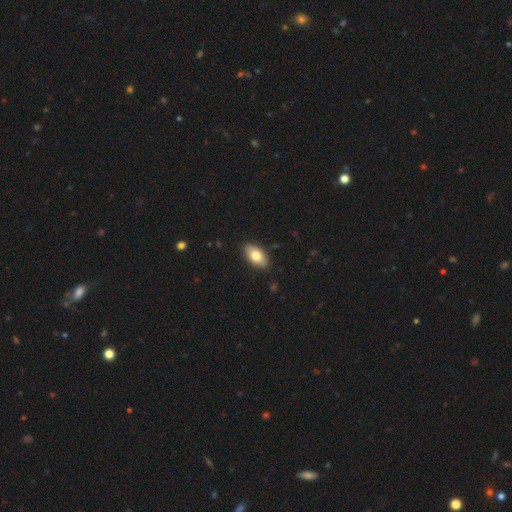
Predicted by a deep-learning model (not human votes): This appears to be a smooth galaxy with no disk features (78%) that is in between round and cigar-shaped (93%). Merging: none (88%).